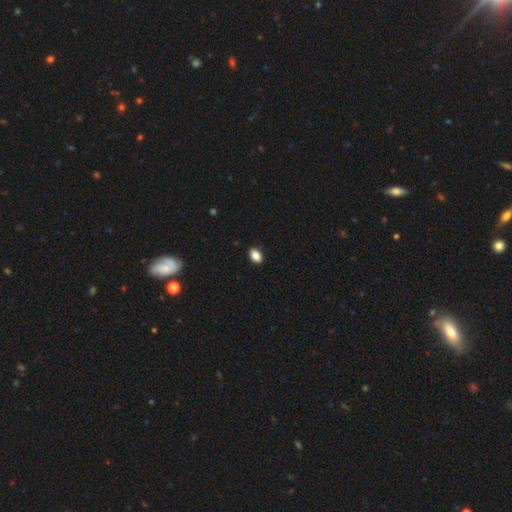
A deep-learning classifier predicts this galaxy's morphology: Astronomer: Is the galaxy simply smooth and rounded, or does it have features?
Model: smooth — 85%.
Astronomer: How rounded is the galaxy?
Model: in between — 85%.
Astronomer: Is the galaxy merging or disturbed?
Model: none — 89%.